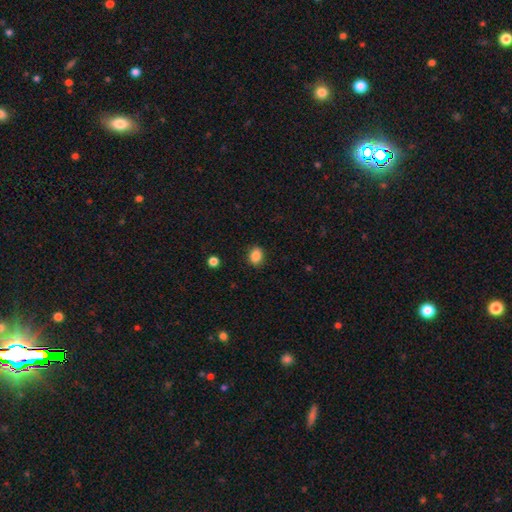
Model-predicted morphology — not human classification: The model was most divided on "how rounded": in between: 55%, round: 44%, cigar-shaped: 1%. More confident: smooth or featured — smooth (86%); merging — none (86%).